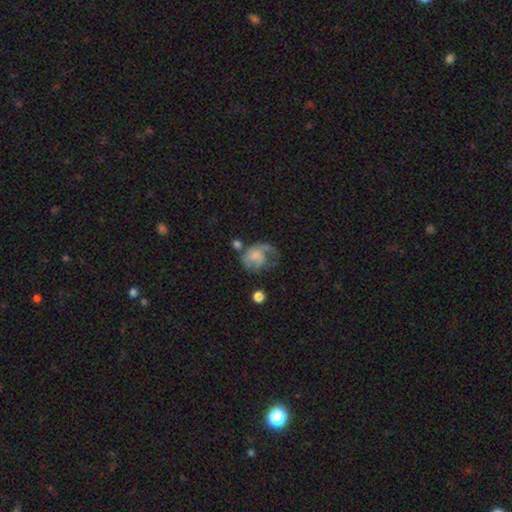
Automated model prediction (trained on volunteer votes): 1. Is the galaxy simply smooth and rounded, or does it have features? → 50% featured or disk, 42% smooth, 9% star or artifact.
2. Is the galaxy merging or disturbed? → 45% major disturbance, 24% none, 22% minor disturbance, 9% merger.